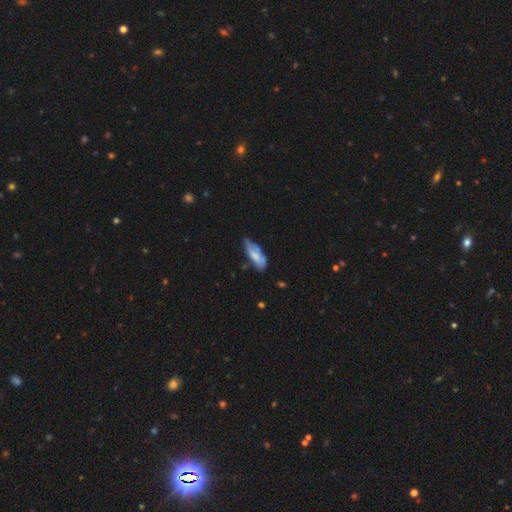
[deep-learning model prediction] A smooth galaxy with no disk features (59%) that is in between round and cigar-shaped (66%).

Vote fractions:
- Smooth or featured? smooth: 59% / featured or disk: 35% / star or artifact: 7%
- How rounded? in between: 66% / cigar-shaped: 33% / round: 2%
- Merging? none: 45% / minor disturbance: 37% / major disturbance: 13% / merger: 5%